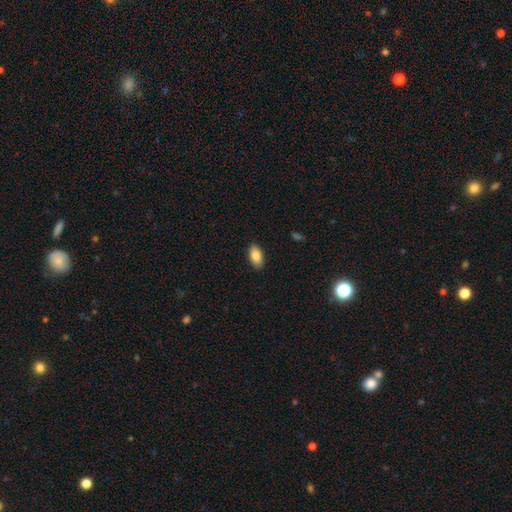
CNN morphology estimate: Smooth or featured? smooth (85%)
How rounded? in between (93%)
Merging? none (89%)